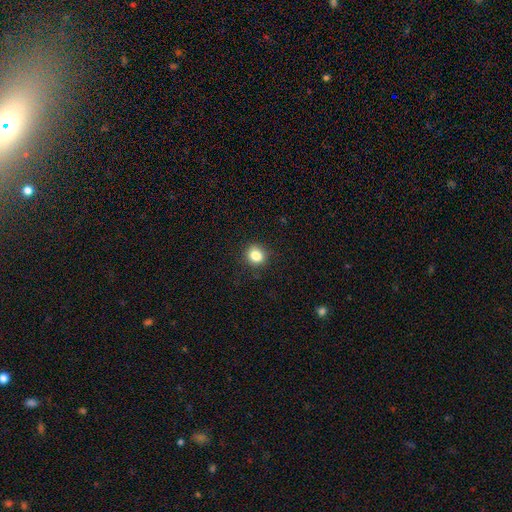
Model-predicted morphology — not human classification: smooth_or_featured: smooth (p=0.84) [alt: star or artifact p=0.11]
how_rounded: round (p=0.79) [alt: in between p=0.20]
merging: none (p=0.88) [alt: minor disturbance p=0.09]